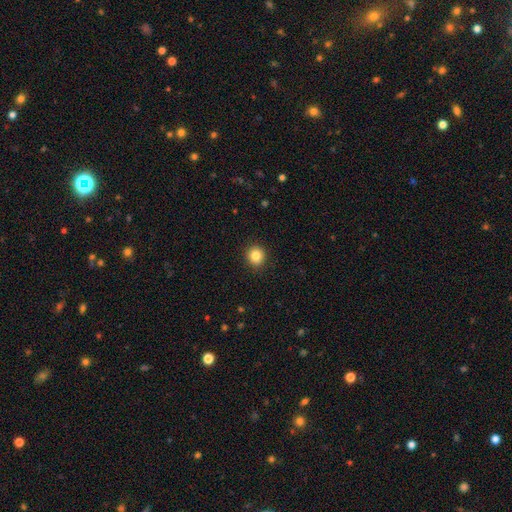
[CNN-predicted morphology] A smooth galaxy with no disk features (84%) that is round (90%). Merging: none (92%).